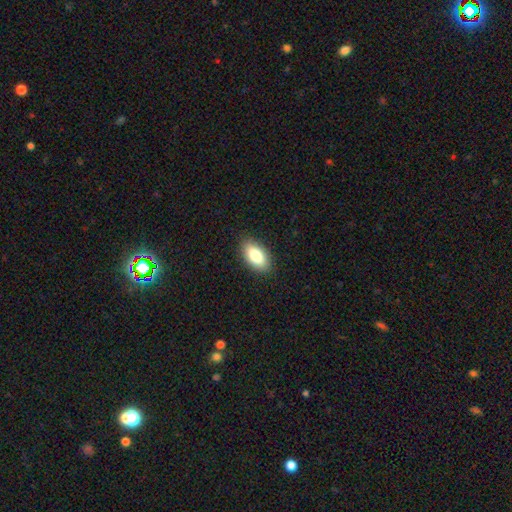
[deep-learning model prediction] Smooth or featured? Predicted: smooth (p=0.81). How rounded? Predicted: in between (p=0.92). Merging? Predicted: none (p=0.89).